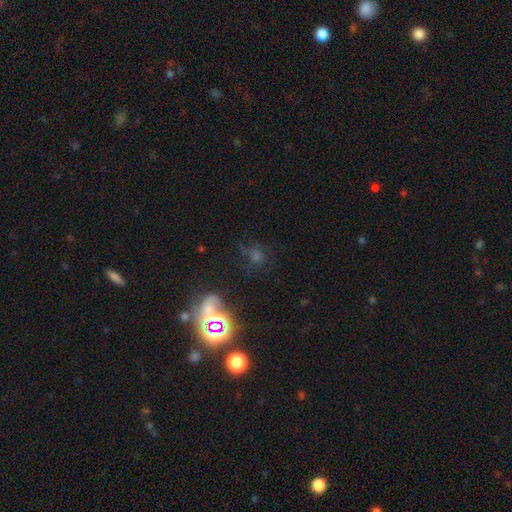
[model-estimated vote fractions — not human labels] The model was most divided on "smooth or featured": star or artifact: 51%, smooth: 30%, featured or disk: 19%.